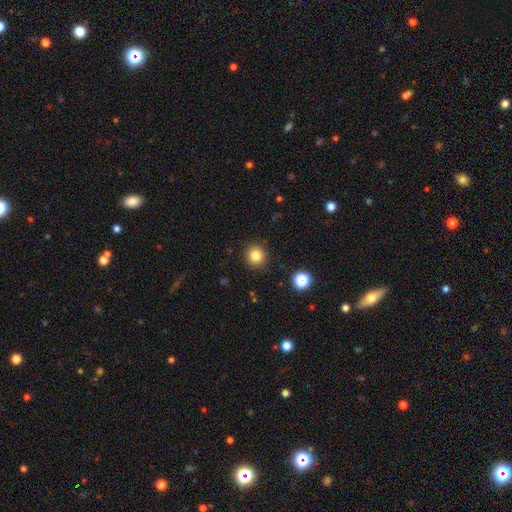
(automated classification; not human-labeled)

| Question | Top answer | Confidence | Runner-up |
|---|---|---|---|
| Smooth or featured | smooth | 82% | star or artifact (12%) |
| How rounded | round | 92% | in between (7%) |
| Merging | none | 90% | minor disturbance (6%) |